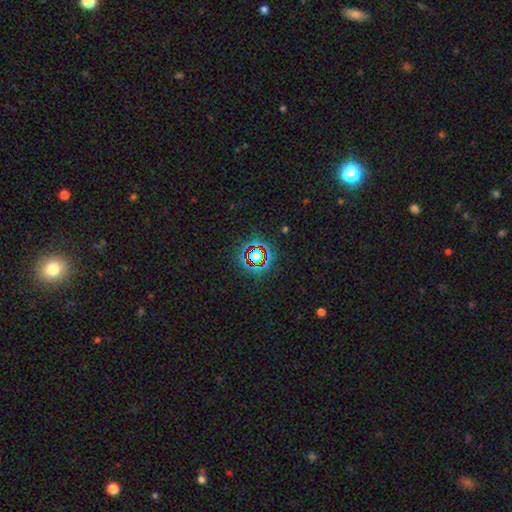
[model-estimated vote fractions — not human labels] smooth-or-featured: star or artifact: 73% | smooth: 18% | featured or disk: 9%